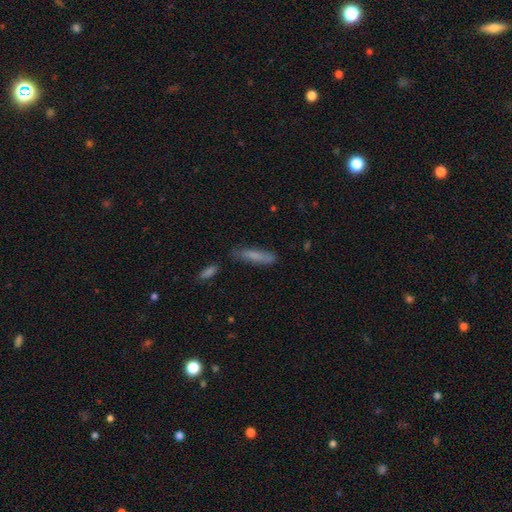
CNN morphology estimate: A smooth galaxy with no disk features (74%) that is cigar-shaped (83%).

Vote fractions:
- Smooth or featured? smooth: 74% / featured or disk: 18% / star or artifact: 8%
- How rounded? cigar-shaped: 83% / in between: 15% / round: 2%
- Merging? none: 74% / minor disturbance: 17% / merger: 5% / major disturbance: 4%